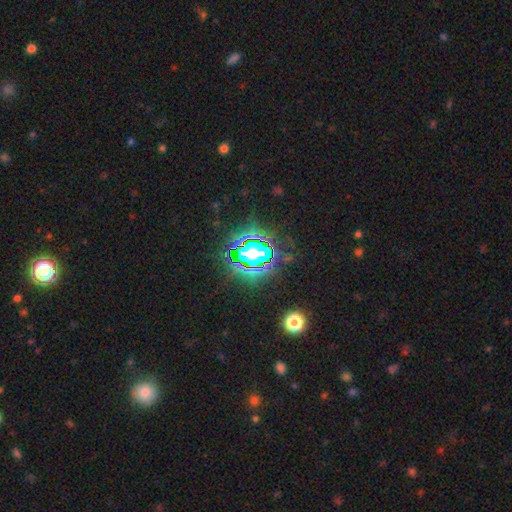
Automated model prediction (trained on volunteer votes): A star or artifact, not a galaxy (79%).